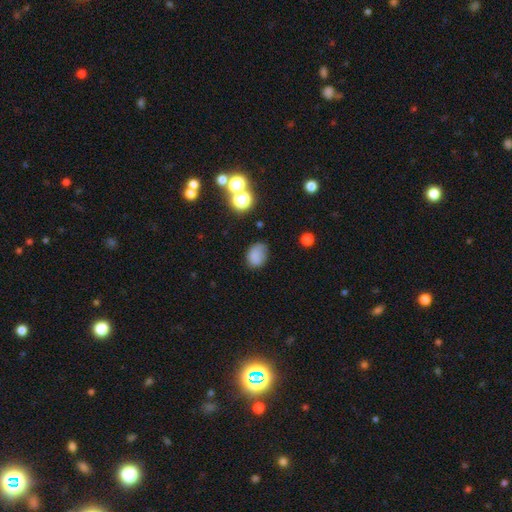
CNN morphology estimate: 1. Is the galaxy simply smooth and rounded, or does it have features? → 78% smooth, 14% star or artifact, 9% featured or disk.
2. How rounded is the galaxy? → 62% in between, 37% round, 1% cigar-shaped.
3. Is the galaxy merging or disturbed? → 63% none, 25% minor disturbance, 8% major disturbance, 4% merger.